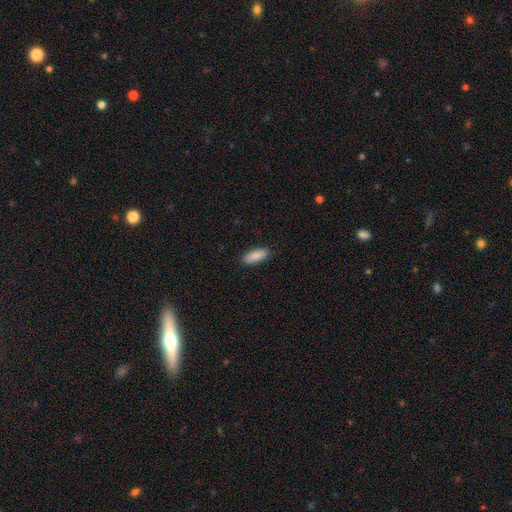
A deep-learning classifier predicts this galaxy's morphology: smooth 89%, star or artifact 6%, featured or disk 5%. Down the decision tree: how rounded — in between (71%); merging — none (90%).